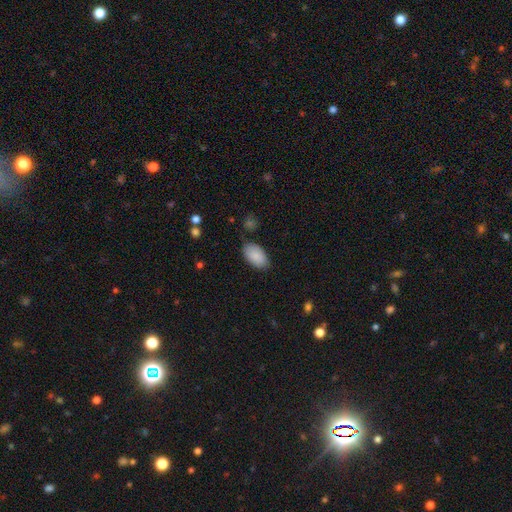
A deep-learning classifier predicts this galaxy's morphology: A smooth galaxy with no disk features (89%) that is in between round and cigar-shaped (95%).

Vote fractions:
- Smooth or featured? smooth: 89% / star or artifact: 6% / featured or disk: 5%
- How rounded? in between: 95% / round: 3% / cigar-shaped: 2%
- Merging? none: 81% / minor disturbance: 14% / major disturbance: 3% / merger: 2%